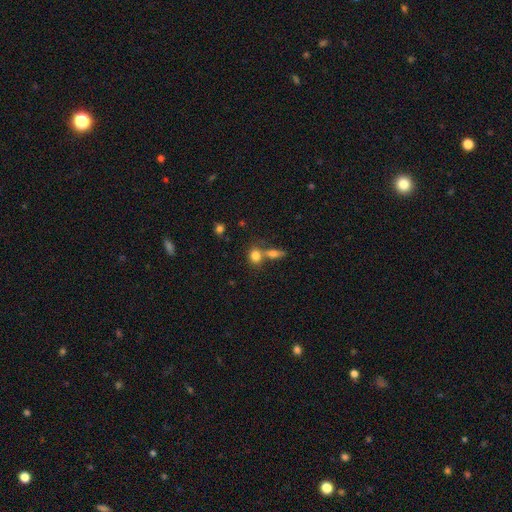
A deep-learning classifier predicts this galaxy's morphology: Q: Smooth or featured?
A: smooth (80%); runner-up: featured or disk (10%)
Q: How rounded?
A: in between (50%); runner-up: round (47%)
Q: Merging?
A: none (44%); runner-up: merger (43%)